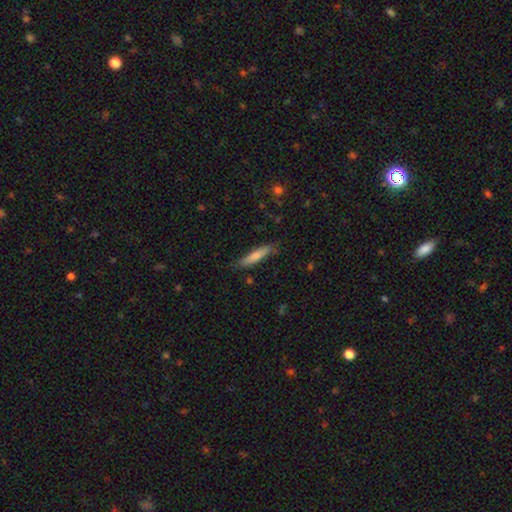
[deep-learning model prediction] Smooth or featured: smooth — 65% (featured or disk — 29%)
How rounded: cigar-shaped — 87% (in between — 11%)
Merging: none — 82% (minor disturbance — 14%)